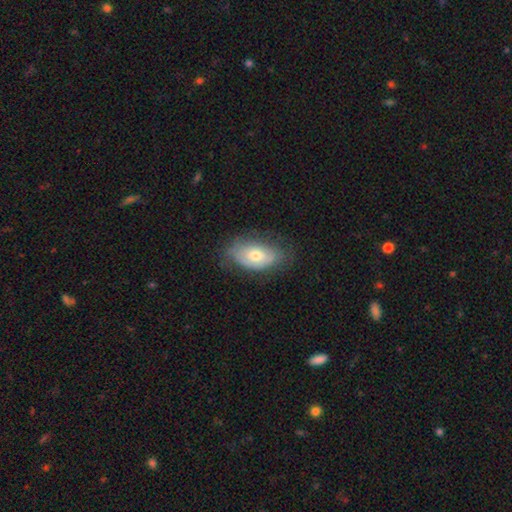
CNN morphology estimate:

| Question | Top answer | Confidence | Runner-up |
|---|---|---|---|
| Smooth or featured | smooth | 49% | featured or disk (44%) |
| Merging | none | 67% | minor disturbance (24%) |